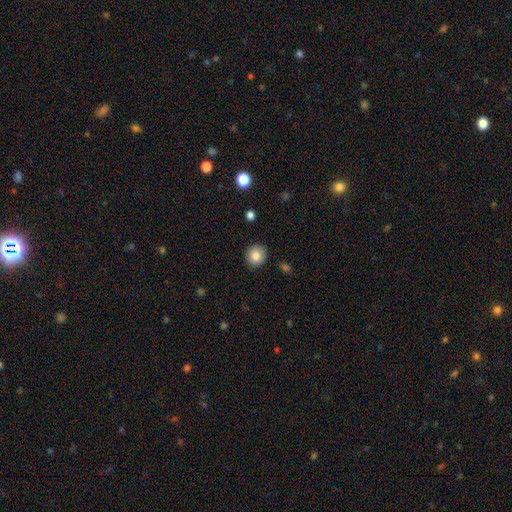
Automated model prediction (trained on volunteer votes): The model was most divided on "smooth or featured": smooth: 84%, star or artifact: 9%, featured or disk: 7%. More confident: how rounded — round (90%); merging — none (89%).